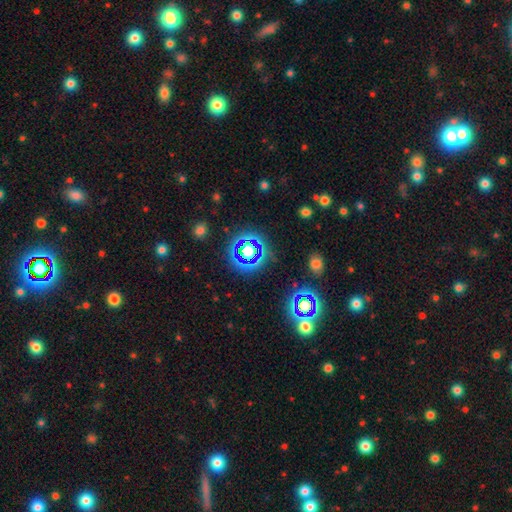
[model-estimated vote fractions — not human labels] Smooth or featured? Predicted: star or artifact (p=0.70).